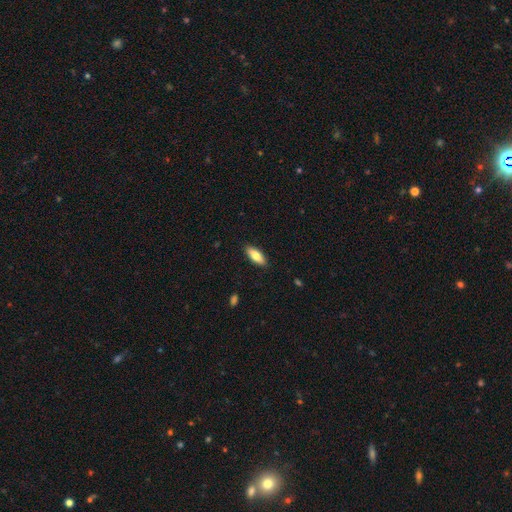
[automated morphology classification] Smooth or featured? smooth (81%)
How rounded? in between (77%)
Merging? none (89%)